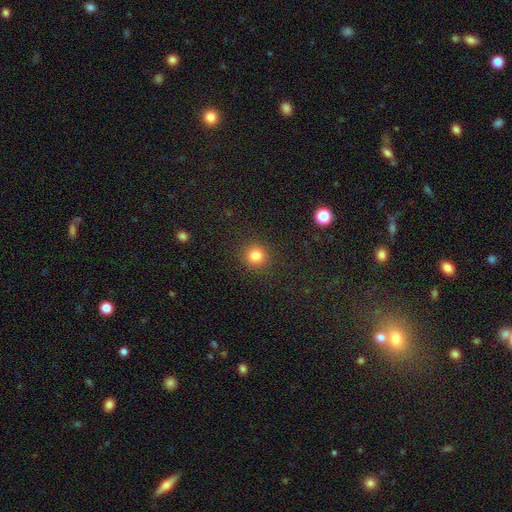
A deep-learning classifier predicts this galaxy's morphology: Smooth or featured? smooth (83%)
How rounded? round (92%)
Merging? none (90%)